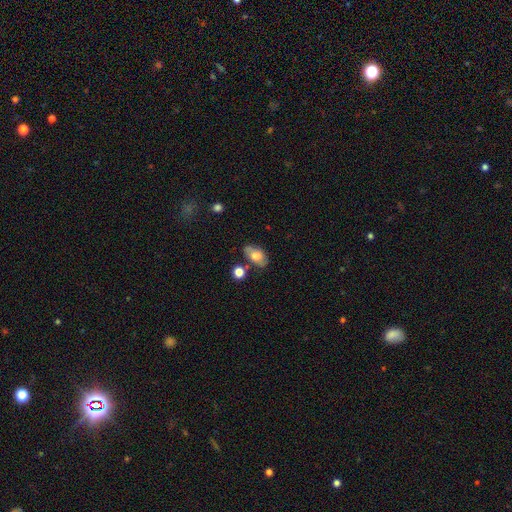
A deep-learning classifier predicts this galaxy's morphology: A smooth galaxy with no disk features (63%) that is in between round and cigar-shaped (89%).

Vote fractions:
- Smooth or featured? smooth: 63% / featured or disk: 28% / star or artifact: 9%
- How rounded? in between: 89% / round: 9% / cigar-shaped: 2%
- Merging? none: 64% / minor disturbance: 21% / merger: 9% / major disturbance: 6%